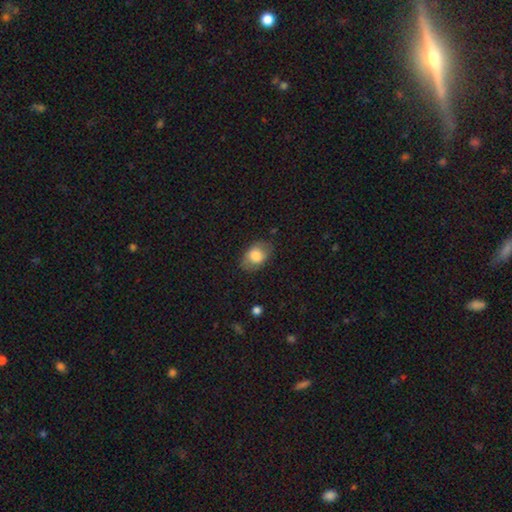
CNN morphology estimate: Smooth or featured: smooth — 76% (featured or disk — 17%)
How rounded: in between — 81% (round — 18%)
Merging: none — 76% (minor disturbance — 17%)